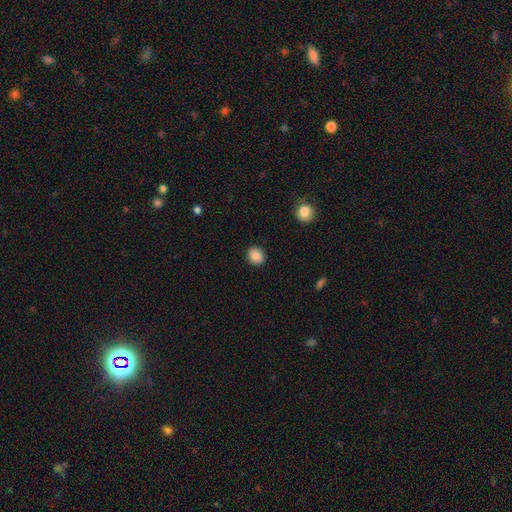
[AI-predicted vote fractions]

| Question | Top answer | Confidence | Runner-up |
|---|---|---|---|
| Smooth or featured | smooth | 88% | star or artifact (9%) |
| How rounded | round | 77% | in between (22%) |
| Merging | none | 90% | minor disturbance (6%) |